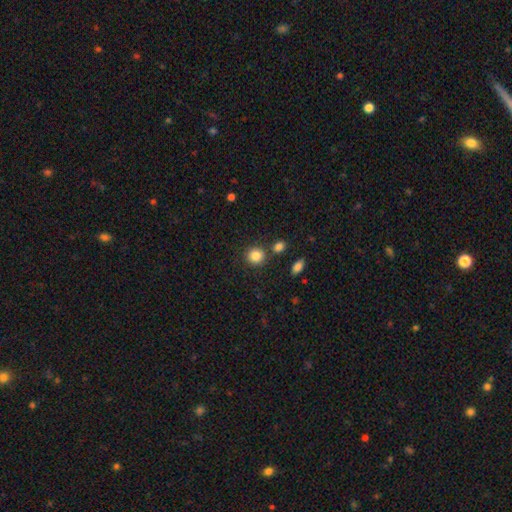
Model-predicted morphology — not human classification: Smooth or featured?
  - smooth: 86% *
  - star or artifact: 10%
  - featured or disk: 5%
How rounded?
  - round: 86% *
  - in between: 13%
  - cigar-shaped: 1%
Merging?
  - none: 79% *
  - merger: 9%
  - minor disturbance: 9%
  - major disturbance: 3%